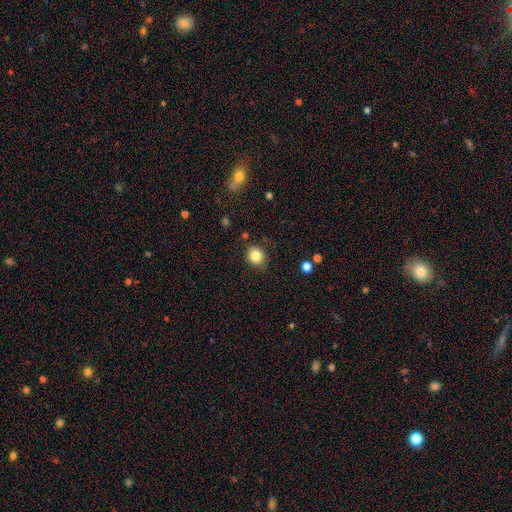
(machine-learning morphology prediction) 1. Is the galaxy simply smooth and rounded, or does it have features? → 83% smooth, 10% star or artifact, 6% featured or disk.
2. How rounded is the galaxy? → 74% round, 25% in between, 1% cigar-shaped.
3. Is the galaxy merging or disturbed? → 83% none, 12% minor disturbance, 3% major disturbance, 2% merger.